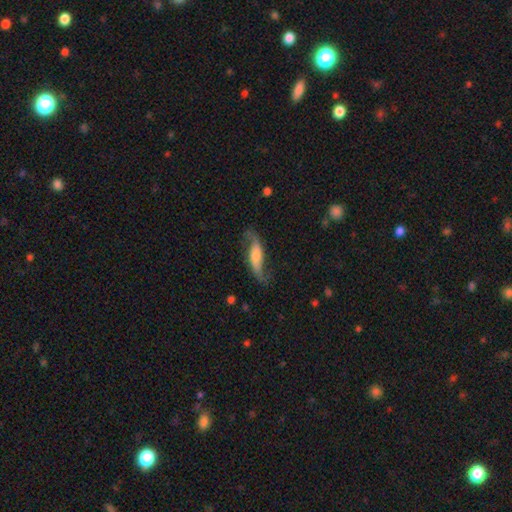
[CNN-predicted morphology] smooth_or_featured: featured or disk (p=0.76) [alt: smooth p=0.17]
disk_edge_on: no (p=0.85) [alt: yes p=0.15]
bar: no (p=0.45) [alt: weak p=0.34]
has_spiral_arms: yes (p=0.94) [alt: no p=0.06]
spiral_winding: loose (p=0.84) [alt: medium p=0.12]
spiral_arm_count: 2 (p=0.92) [alt: 1 p=0.03]
bulge_size: moderate (p=0.32) [alt: small p=0.31]
merging: none (p=0.71) [alt: minor disturbance p=0.17]